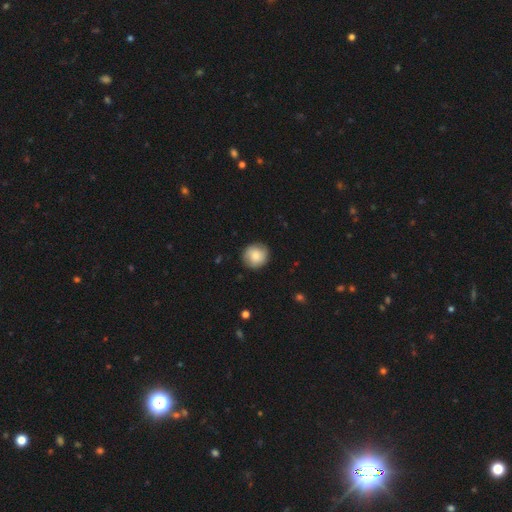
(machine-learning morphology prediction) smooth_or_featured: smooth (p=0.82) [alt: featured or disk p=0.11]
how_rounded: round (p=0.92) [alt: in between p=0.07]
merging: none (p=0.86) [alt: minor disturbance p=0.10]